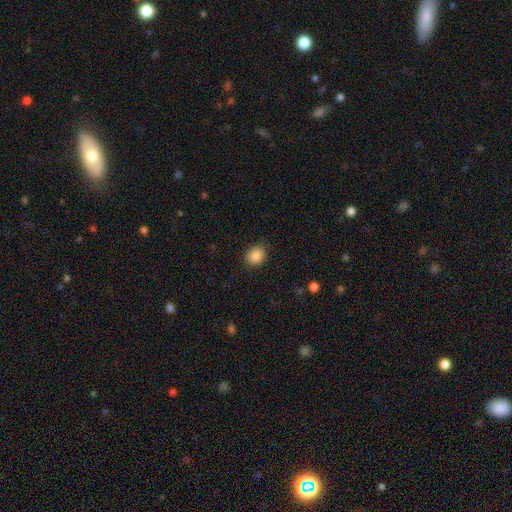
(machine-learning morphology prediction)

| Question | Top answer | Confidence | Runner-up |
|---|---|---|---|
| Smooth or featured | smooth | 88% | star or artifact (9%) |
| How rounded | round | 54% | in between (45%) |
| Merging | none | 86% | minor disturbance (10%) |